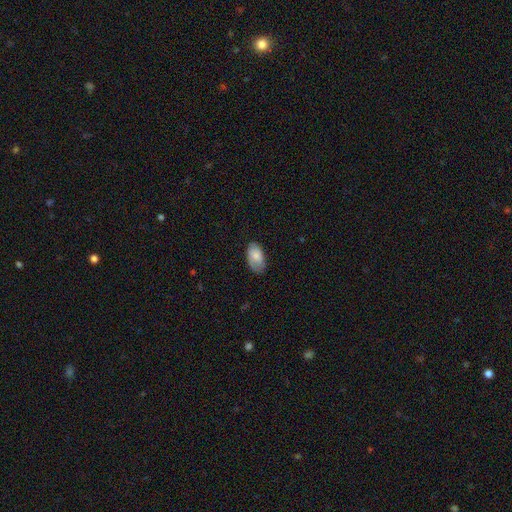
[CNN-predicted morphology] smooth 77%, featured or disk 16%, star or artifact 7%. Down the decision tree: how rounded — in between (94%); merging — none (66%).